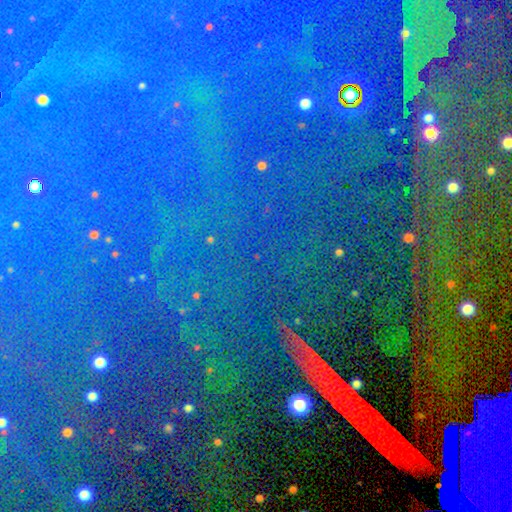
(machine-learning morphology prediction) The model was most divided on "smooth or featured": star or artifact: 83%, smooth: 9%, featured or disk: 8%.